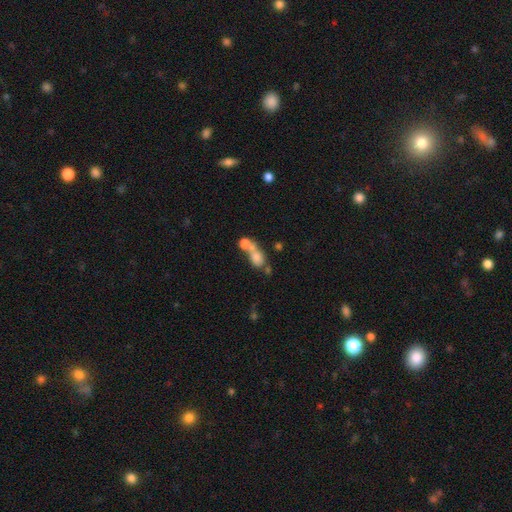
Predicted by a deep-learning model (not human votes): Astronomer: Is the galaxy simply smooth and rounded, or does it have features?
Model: smooth — 68%.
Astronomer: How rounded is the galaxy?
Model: in between — 57% (runner-up: round, 36%).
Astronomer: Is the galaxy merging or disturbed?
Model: merger — 57%.